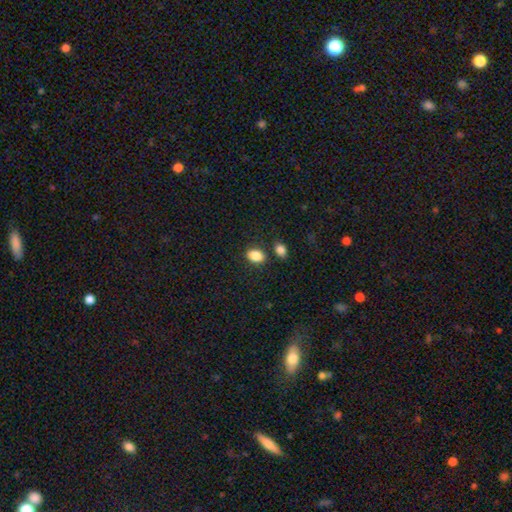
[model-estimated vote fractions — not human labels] smooth-or-featured: smooth: 87% | star or artifact: 8% | featured or disk: 5%
  how-rounded: in between: 82% | round: 17% | cigar-shaped: 1%
  merging: none: 77% | minor disturbance: 10% | merger: 10% | major disturbance: 3%